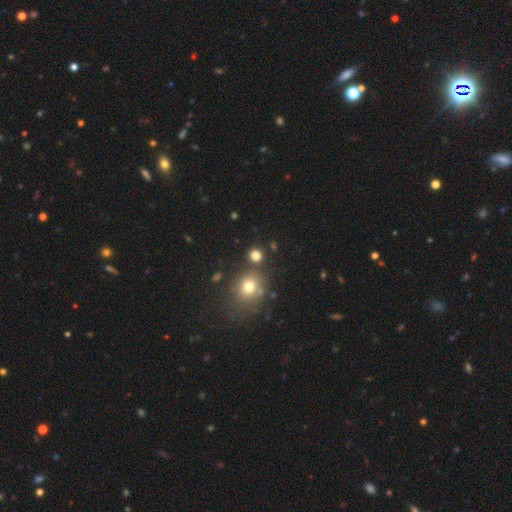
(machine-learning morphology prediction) smooth_or_featured: smooth (p=0.78) [alt: star or artifact p=0.16]
how_rounded: round (p=0.85) [alt: in between p=0.14]
merging: none (p=0.78) [alt: merger p=0.10]